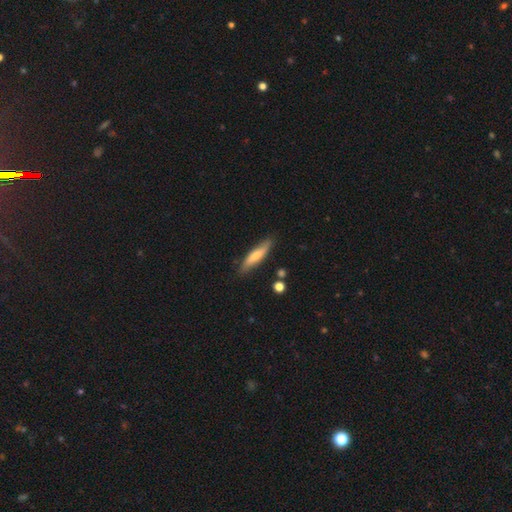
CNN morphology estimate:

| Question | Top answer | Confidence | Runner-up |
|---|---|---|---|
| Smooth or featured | smooth | 66% | featured or disk (29%) |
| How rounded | cigar-shaped | 81% | in between (18%) |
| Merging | none | 81% | minor disturbance (14%) |